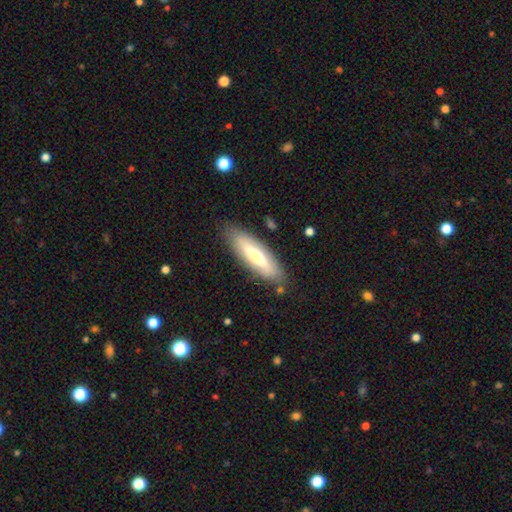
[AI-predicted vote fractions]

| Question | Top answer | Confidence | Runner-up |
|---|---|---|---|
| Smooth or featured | smooth | 55% | featured or disk (39%) |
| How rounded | cigar-shaped | 53% | in between (45%) |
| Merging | none | 82% | minor disturbance (13%) |